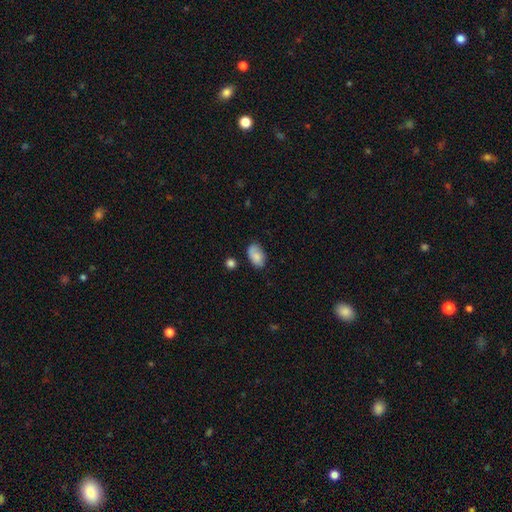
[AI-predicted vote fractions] The model was most divided on "merging": none: 65%, minor disturbance: 25%, major disturbance: 6%, merger: 4%. More confident: how rounded — in between (90%); smooth or featured — smooth (77%).